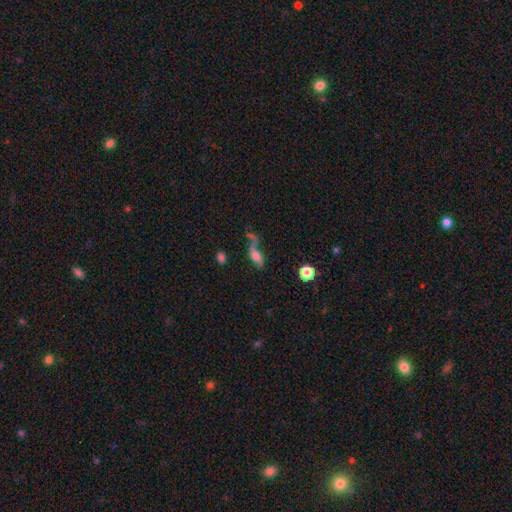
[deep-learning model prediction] Morphology: type=smooth (44%); merging=none (30%).